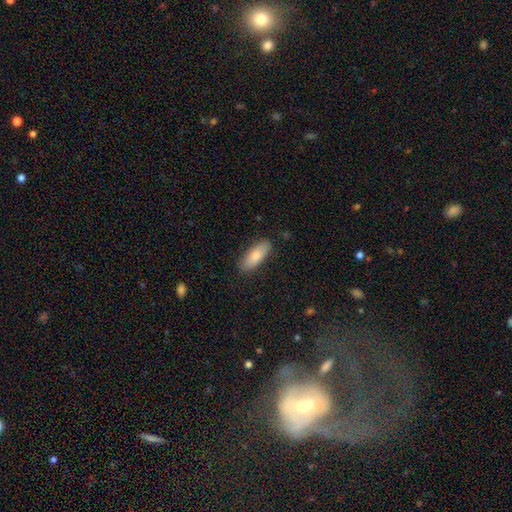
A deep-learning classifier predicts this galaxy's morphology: type=smooth (79%); roundness=in between (81%); merging=none (86%).